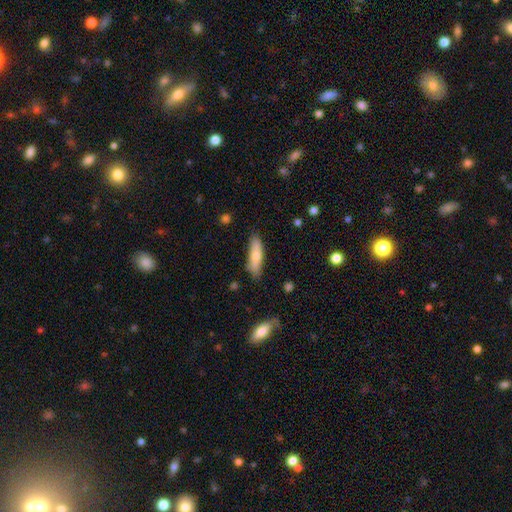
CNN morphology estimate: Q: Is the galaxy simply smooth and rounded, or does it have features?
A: smooth — 69%.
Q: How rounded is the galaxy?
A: cigar-shaped — 59%.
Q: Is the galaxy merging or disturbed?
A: none — 78%.